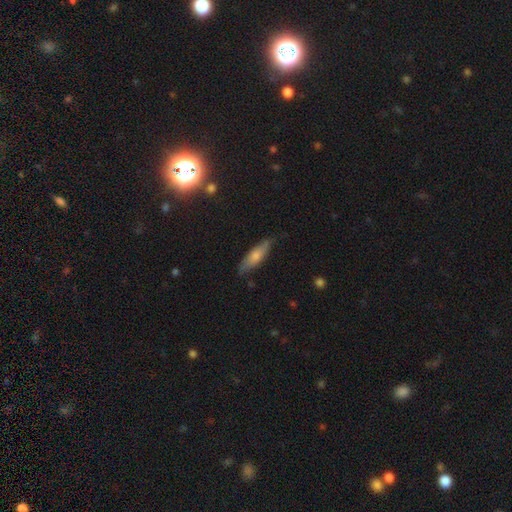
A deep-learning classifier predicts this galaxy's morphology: A smooth galaxy with no disk features (68%) that is cigar-shaped (57%).

Vote fractions:
- Smooth or featured? smooth: 68% / featured or disk: 27% / star or artifact: 6%
- How rounded? cigar-shaped: 57% / in between: 41% / round: 2%
- Merging? none: 77% / minor disturbance: 19% / major disturbance: 3% / merger: 1%